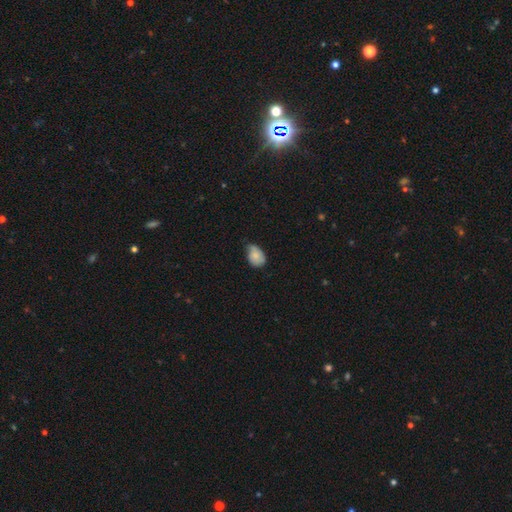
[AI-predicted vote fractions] Overall: smooth (77%). How rounded: in between (77%). Merging: minor disturbance (50%; none 38%).